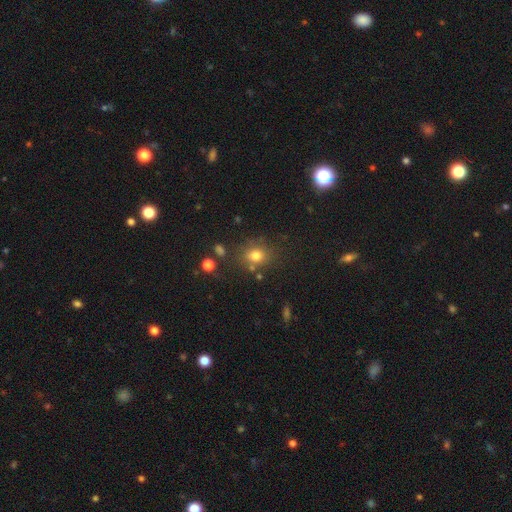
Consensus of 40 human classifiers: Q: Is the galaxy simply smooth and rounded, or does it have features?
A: smooth — 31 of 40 (78%).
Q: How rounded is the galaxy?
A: round — 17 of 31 (55%).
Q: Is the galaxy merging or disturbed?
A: none — 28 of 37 (76%).